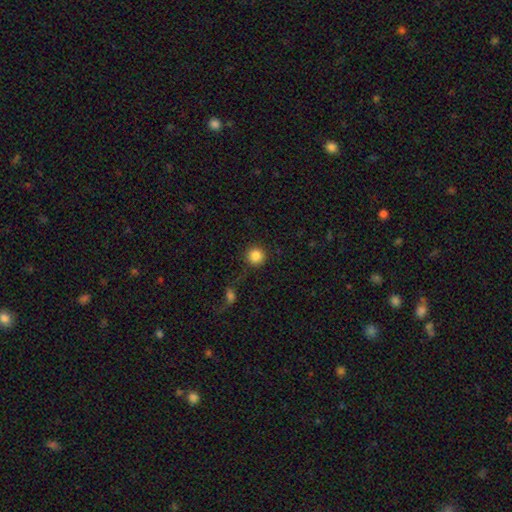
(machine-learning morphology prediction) Smooth or featured: smooth — 86% (star or artifact — 10%)
How rounded: round — 95% (in between — 4%)
Merging: none — 87% (minor disturbance — 7%)